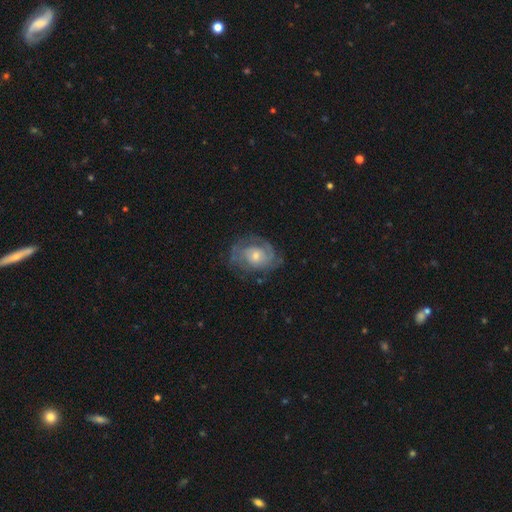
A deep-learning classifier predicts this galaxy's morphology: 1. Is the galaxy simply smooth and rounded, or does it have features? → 75% featured or disk, 18% smooth, 7% star or artifact.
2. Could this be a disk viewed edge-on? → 97% no, 3% yes.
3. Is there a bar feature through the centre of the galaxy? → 75% no, 22% weak, 4% strong.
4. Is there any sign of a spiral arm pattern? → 87% yes, 13% no.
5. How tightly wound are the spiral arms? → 57% tight, 32% medium, 11% loose.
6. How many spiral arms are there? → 38% can't tell, 33% 2, 14% 3, 6% 1, 5% 4, 4% more than 4.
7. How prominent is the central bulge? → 47% moderate (tied), 47% small (tied), 4% large, 2% none, 1% dominant.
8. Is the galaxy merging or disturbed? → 68% none, 20% minor disturbance, 11% major disturbance, 1% merger.